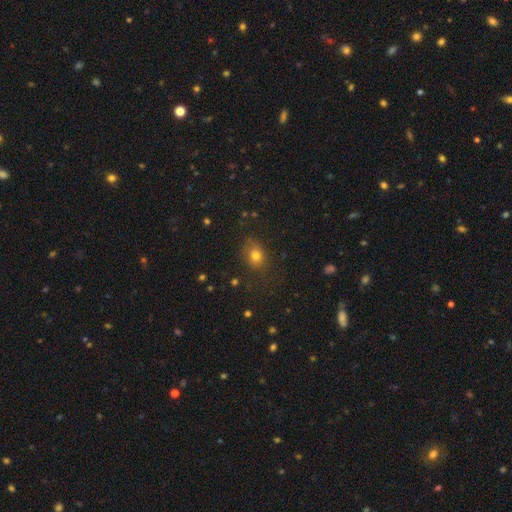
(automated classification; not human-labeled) Smooth or featured?
  - smooth: 77% *
  - star or artifact: 14%
  - featured or disk: 9%
How rounded?
  - round: 51% *
  - in between: 48%
  - cigar-shaped: 1%
Merging?
  - none: 73% *
  - minor disturbance: 18%
  - major disturbance: 7%
  - merger: 2%